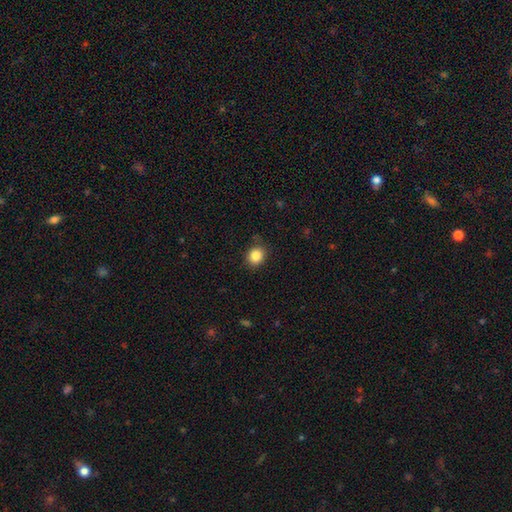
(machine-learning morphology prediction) Smooth or featured? Predicted: smooth (p=0.85). How rounded? Predicted: round (p=0.75). Merging? Predicted: none (p=0.84).